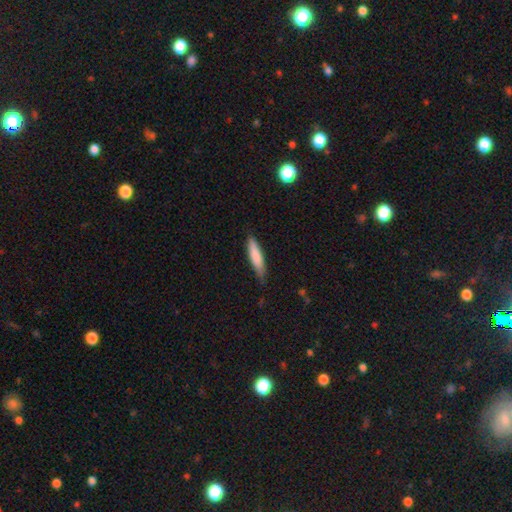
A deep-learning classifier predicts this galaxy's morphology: This appears to be a smooth galaxy with no disk features (81%) that is cigar-shaped (77%). Merging: none (75%).